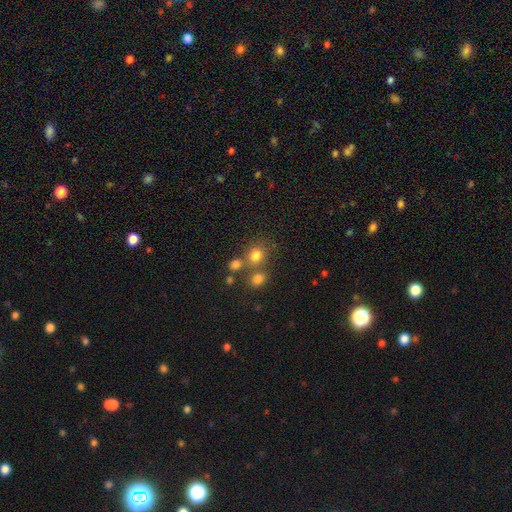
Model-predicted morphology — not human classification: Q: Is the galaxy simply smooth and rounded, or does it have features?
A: smooth — 75%.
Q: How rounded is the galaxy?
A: round — 74%.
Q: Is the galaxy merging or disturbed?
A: none — 58%.